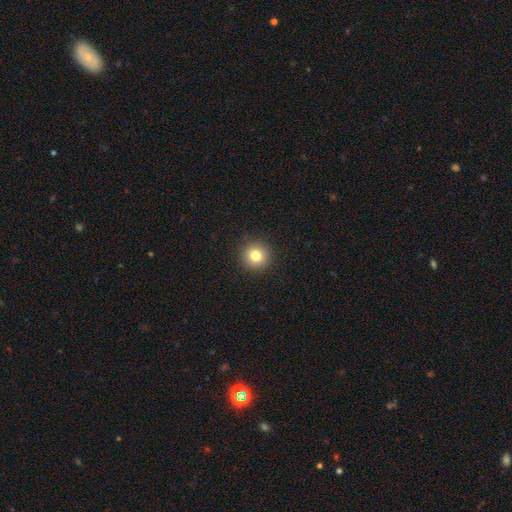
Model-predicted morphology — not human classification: The model was most divided on "smooth or featured": smooth: 80%, star or artifact: 12%, featured or disk: 8%. More confident: how rounded — round (95%); merging — none (93%).